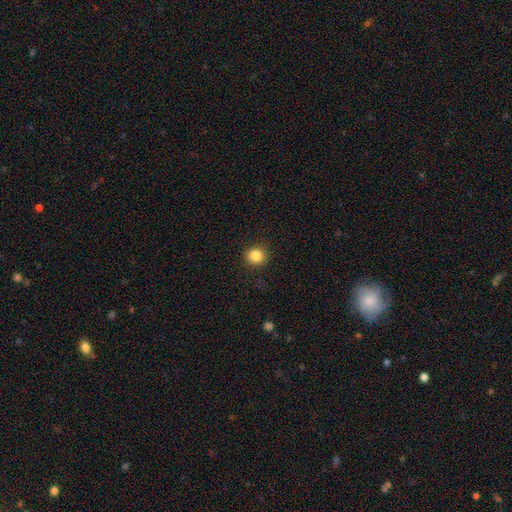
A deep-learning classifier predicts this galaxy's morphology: Smooth or featured: smooth — 85% (star or artifact — 11%)
How rounded: round — 91% (in between — 8%)
Merging: none — 91% (minor disturbance — 6%)